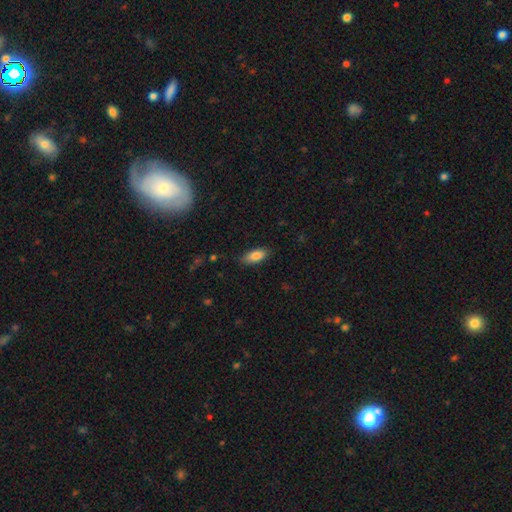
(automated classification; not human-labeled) smooth-or-featured: smooth: 85% | featured or disk: 8% | star or artifact: 7%
  how-rounded: in between: 85% | cigar-shaped: 13% | round: 2%
  merging: none: 83% | minor disturbance: 13% | major disturbance: 3% | merger: 1%